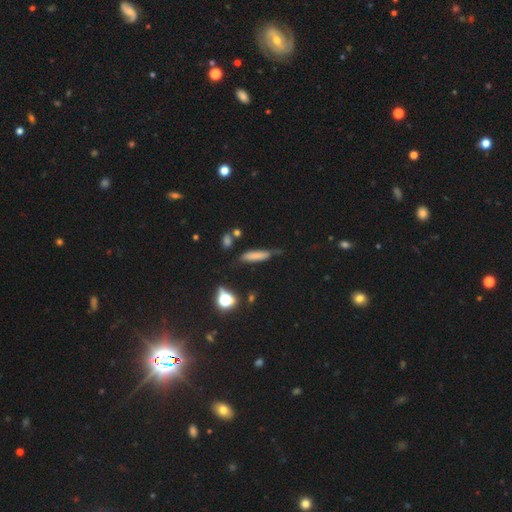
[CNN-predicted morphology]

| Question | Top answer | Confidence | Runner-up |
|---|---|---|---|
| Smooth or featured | smooth | 72% | featured or disk (17%) |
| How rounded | cigar-shaped | 75% | in between (22%) |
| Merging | none | 57% | minor disturbance (28%) |